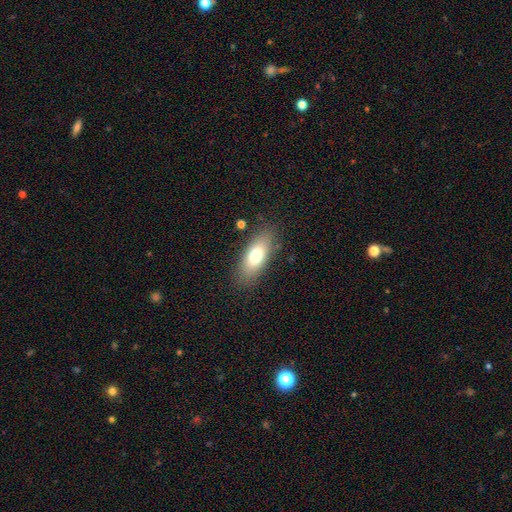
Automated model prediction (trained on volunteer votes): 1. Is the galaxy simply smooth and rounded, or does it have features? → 73% smooth, 19% featured or disk, 8% star or artifact.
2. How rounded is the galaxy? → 77% in between, 20% cigar-shaped, 3% round.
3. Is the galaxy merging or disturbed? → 83% none, 12% minor disturbance, 4% major disturbance, 2% merger.